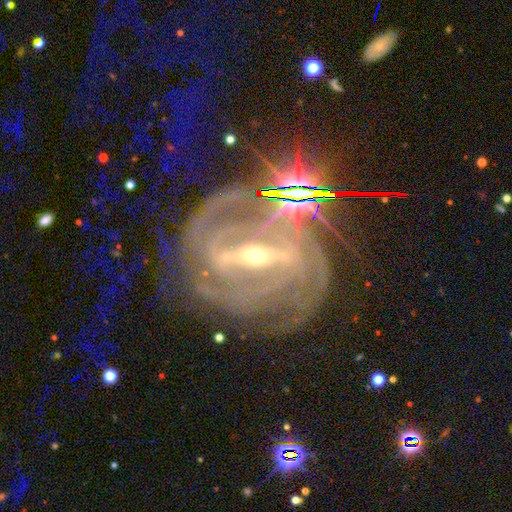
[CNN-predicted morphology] This is clearly a featured or disk galaxy (89%). It is clearly not viewed edge-on (93%). Bar: clearly strong (83%). Spiral arm pattern: clearly yes (97%). Spiral arm count: marginally 2 (42%). Spiral winding: possibly tight (52%). Central bulge: likely small (61%). Merging: likely none (66%).